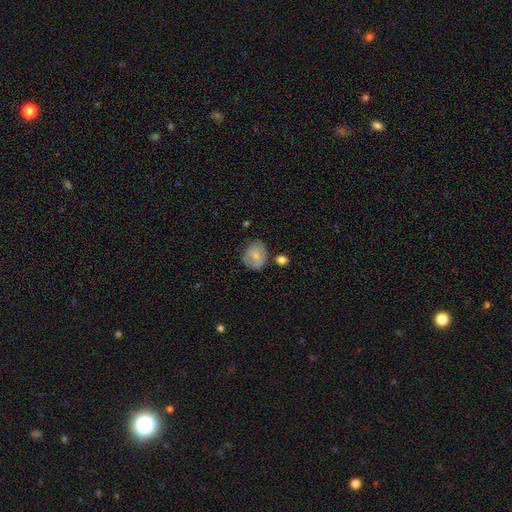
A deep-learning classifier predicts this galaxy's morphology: smooth-or-featured: smooth: 72% | featured or disk: 20% | star or artifact: 8%
  how-rounded: round: 64% | in between: 35% | cigar-shaped: 1%
  merging: none: 65% | minor disturbance: 23% | major disturbance: 6% | merger: 6%